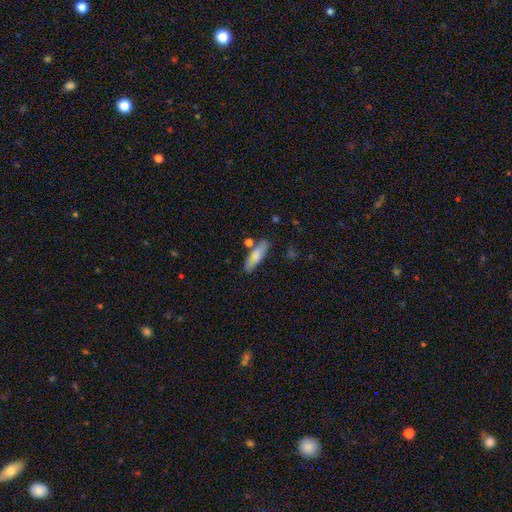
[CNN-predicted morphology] The model was most divided on "how rounded": in between: 51%, cigar-shaped: 47%, round: 2%. More confident: merging — none (72%); smooth or featured — smooth (71%).